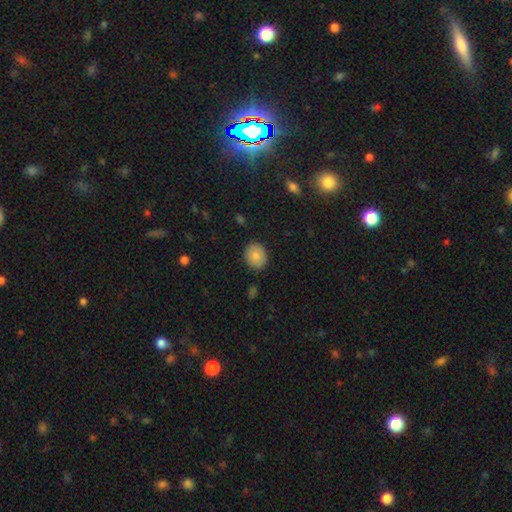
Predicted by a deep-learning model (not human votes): Smooth or featured: smooth — 84% (star or artifact — 8%)
How rounded: round — 71% (in between — 28%)
Merging: none — 87% (minor disturbance — 10%)